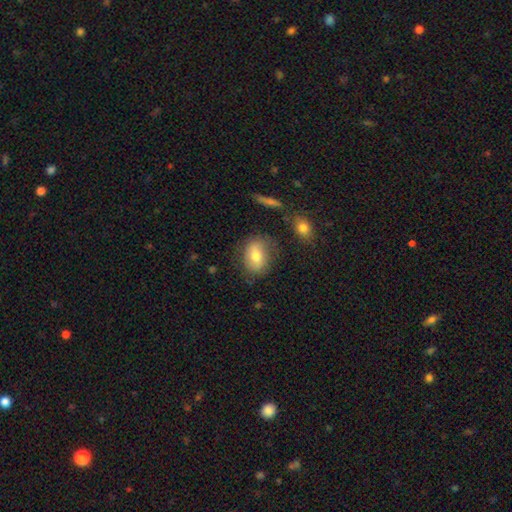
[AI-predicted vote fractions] A smooth galaxy with no disk features (70%) that is in between round and cigar-shaped (67%).

Vote fractions:
- Smooth or featured? smooth: 70% / featured or disk: 22% / star or artifact: 8%
- How rounded? in between: 67% / round: 31% / cigar-shaped: 2%
- Merging? none: 72% / minor disturbance: 19% / major disturbance: 6% / merger: 3%